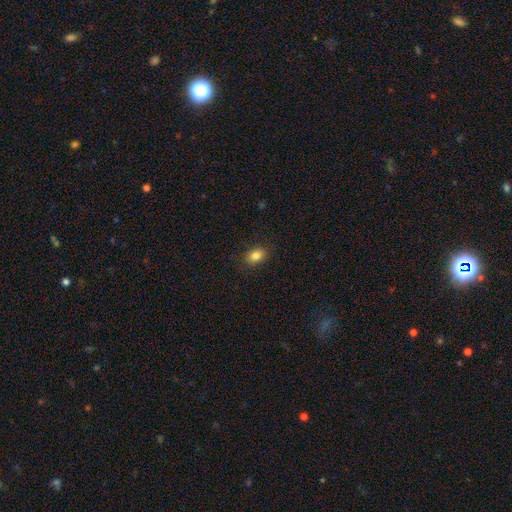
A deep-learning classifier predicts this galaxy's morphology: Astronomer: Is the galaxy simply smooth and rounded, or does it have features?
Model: smooth — 84%.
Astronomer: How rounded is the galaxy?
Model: in between — 66%.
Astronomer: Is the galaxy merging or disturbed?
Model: none — 87%.